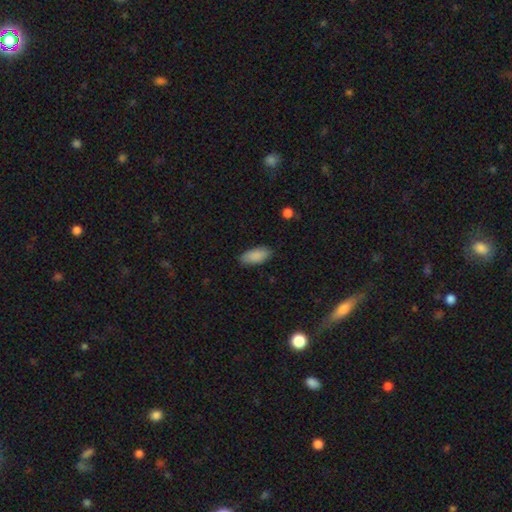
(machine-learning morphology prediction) Q: Smooth or featured?
A: smooth (89%); runner-up: star or artifact (6%)
Q: How rounded?
A: in between (88%); runner-up: cigar-shaped (10%)
Q: Merging?
A: none (85%); runner-up: minor disturbance (11%)